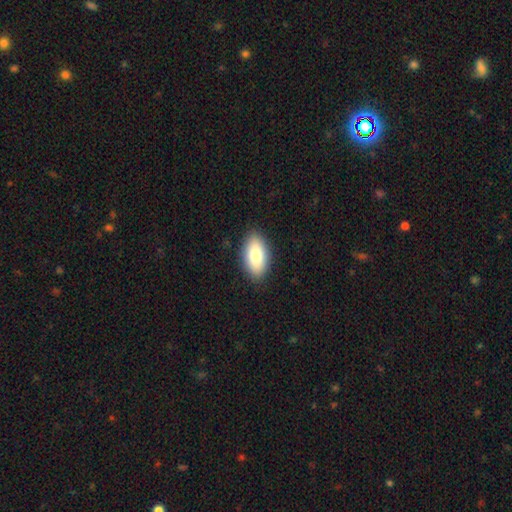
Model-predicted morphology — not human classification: smooth-or-featured: smooth: 80% | featured or disk: 13% | star or artifact: 7%
  how-rounded: in between: 93% | round: 4% | cigar-shaped: 3%
  merging: none: 88% | minor disturbance: 9% | major disturbance: 2% | merger: 1%